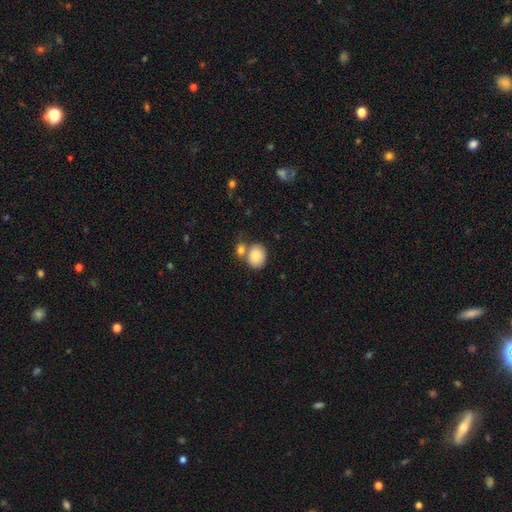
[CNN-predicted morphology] This appears to be a smooth galaxy with no disk features (84%) that is round (53%). Merging: none (52%).